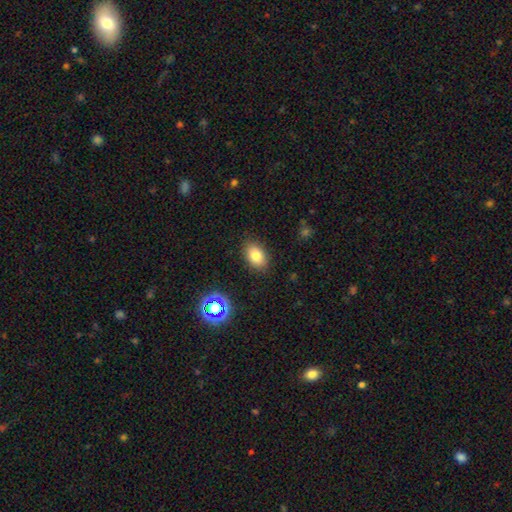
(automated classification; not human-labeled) Morphology: type=smooth (81%); roundness=in between (86%); merging=none (86%).